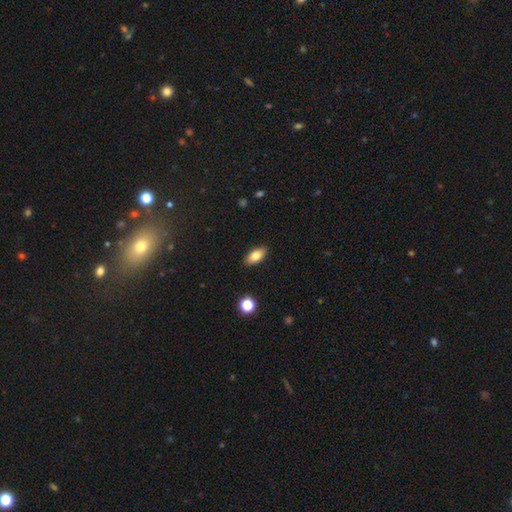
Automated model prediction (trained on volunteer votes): Q: Smooth or featured?
A: smooth (79%); runner-up: featured or disk (13%)
Q: How rounded?
A: in between (88%); runner-up: cigar-shaped (8%)
Q: Merging?
A: none (89%); runner-up: minor disturbance (8%)